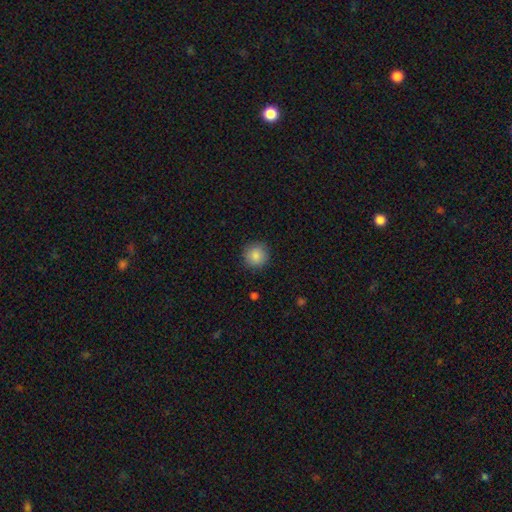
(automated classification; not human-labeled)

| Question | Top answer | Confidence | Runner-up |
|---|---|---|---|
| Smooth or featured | smooth | 87% | star or artifact (9%) |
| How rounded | round | 93% | in between (6%) |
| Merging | none | 89% | minor disturbance (7%) |